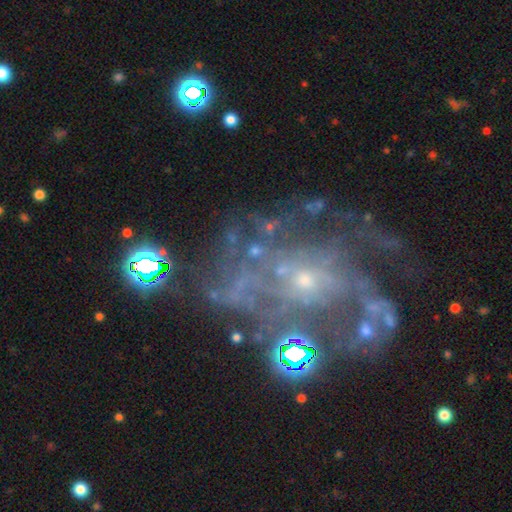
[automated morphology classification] Q: Smooth or featured?
A: featured or disk (73%); runner-up: star or artifact (17%)
Q: Edge-on disk?
A: no (97%); runner-up: yes (3%)
Q: Bar?
A: no (75%); runner-up: weak (19%)
Q: Spiral arms?
A: yes (66%); runner-up: no (34%)
Q: Bulge size?
A: small (72%); runner-up: moderate (17%)
Q: Merging?
A: none (44%); runner-up: major disturbance (30%)